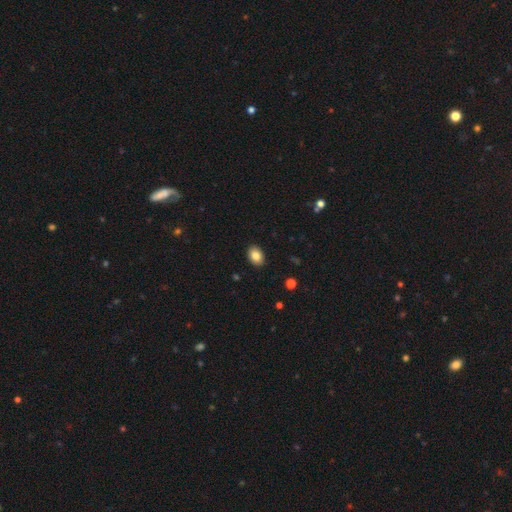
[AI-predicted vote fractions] Smooth or featured: smooth — 85% (star or artifact — 8%)
How rounded: in between — 80% (round — 19%)
Merging: none — 90% (minor disturbance — 7%)